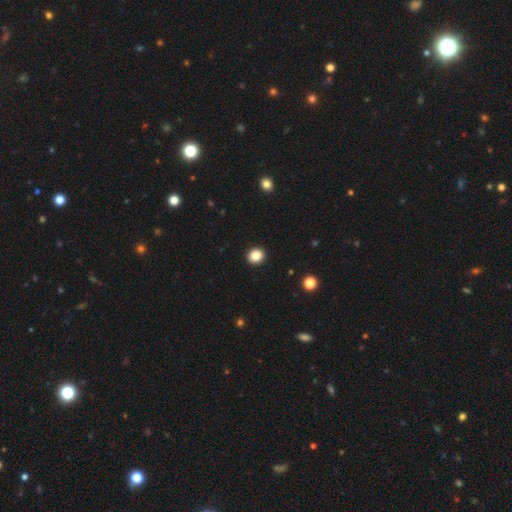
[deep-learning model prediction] The model was most divided on "how rounded": round: 79%, in between: 20%, cigar-shaped: 1%. More confident: merging — none (93%); smooth or featured — smooth (86%).